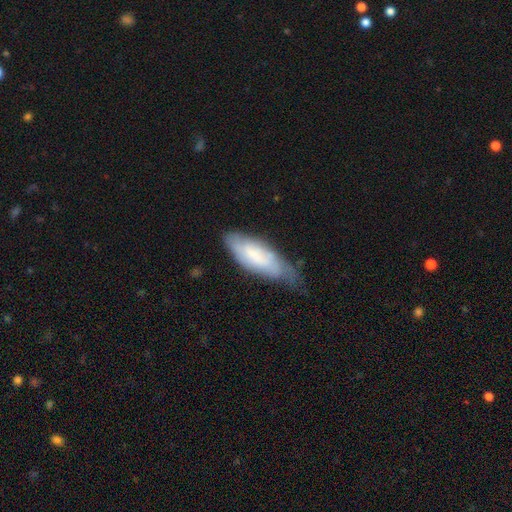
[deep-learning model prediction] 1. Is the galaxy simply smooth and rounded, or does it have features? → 57% smooth, 36% featured or disk, 7% star or artifact.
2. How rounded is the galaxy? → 68% in between, 31% cigar-shaped, 2% round.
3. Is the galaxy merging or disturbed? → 44% none, 42% minor disturbance, 12% major disturbance, 2% merger.